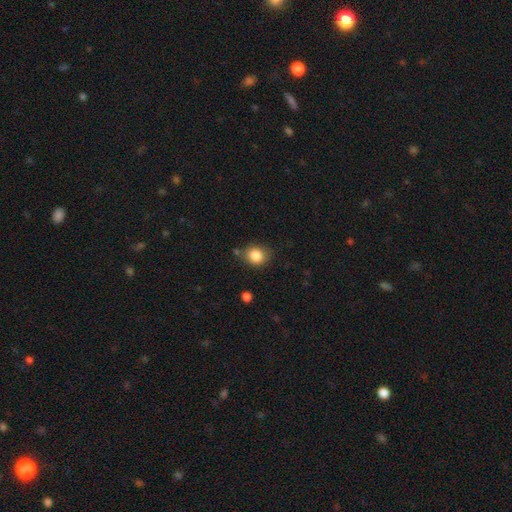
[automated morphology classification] Smooth or featured? smooth (85%)
How rounded? round (71%)
Merging? none (77%)